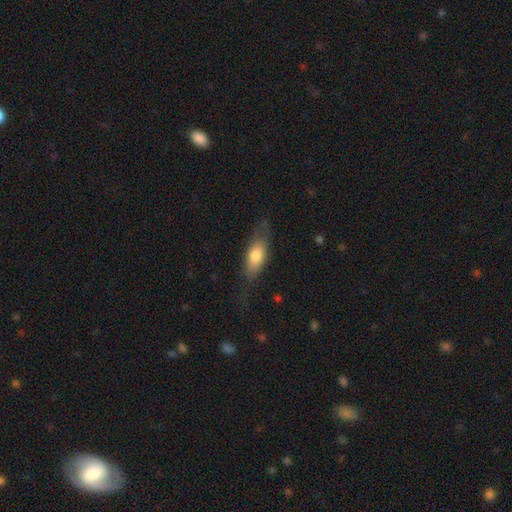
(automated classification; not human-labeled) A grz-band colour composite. It shows a smooth galaxy with no disk features (71%) that is in between round and cigar-shaped (76%). Merging: none (62%).